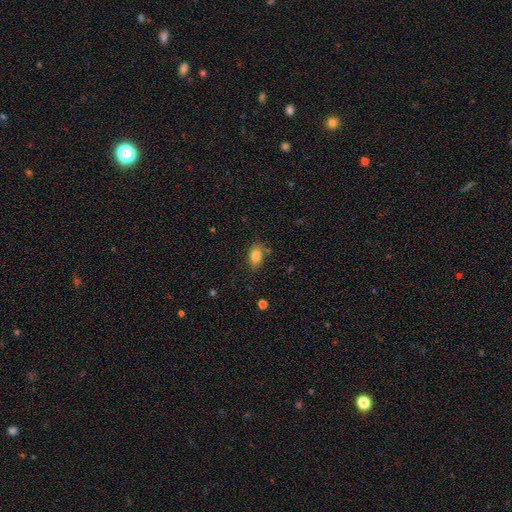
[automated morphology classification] Smooth or featured: smooth — 83% (star or artifact — 9%)
How rounded: in between — 88% (round — 9%)
Merging: none — 79% (minor disturbance — 14%)